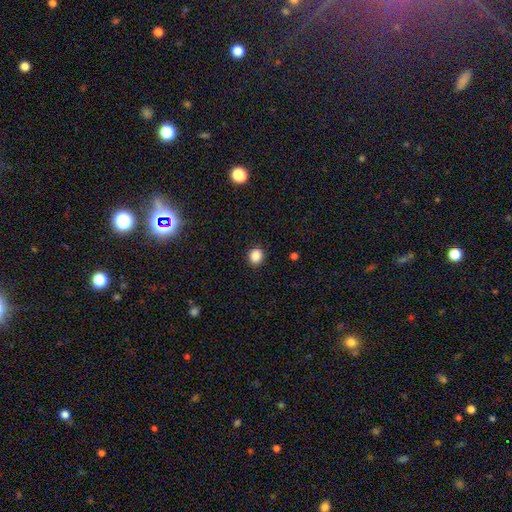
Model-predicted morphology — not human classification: smooth_or_featured: smooth (p=0.87) [alt: star or artifact p=0.10]
how_rounded: round (p=0.77) [alt: in between p=0.22]
merging: none (p=0.91) [alt: minor disturbance p=0.06]